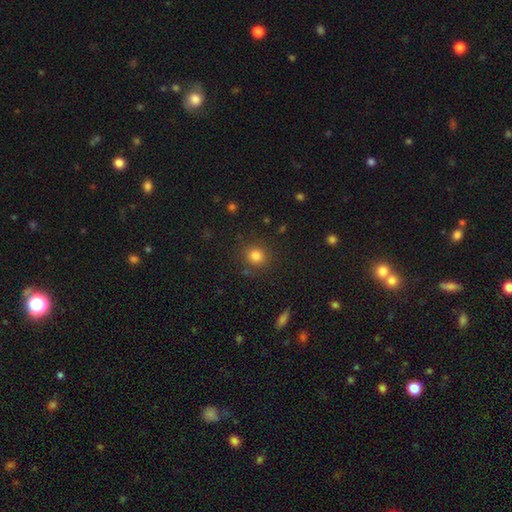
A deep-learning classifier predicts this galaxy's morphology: This is clearly a smooth galaxy (81%). How rounded: clearly round (85%). Merging: clearly none (85%).